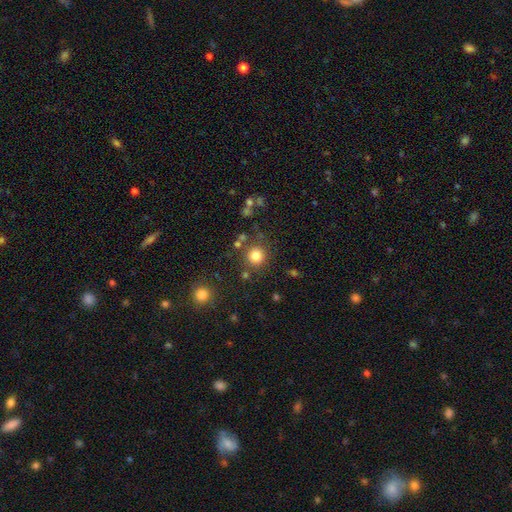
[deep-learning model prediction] Smooth or featured? Predicted: smooth (p=0.81). How rounded? Predicted: round (p=0.92). Merging? Predicted: none (p=0.82).